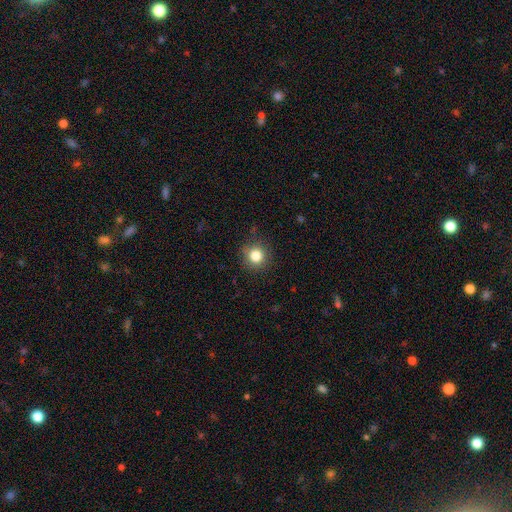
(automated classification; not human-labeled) This is clearly a smooth galaxy (82%). How rounded: clearly round (92%). Merging: clearly none (86%).